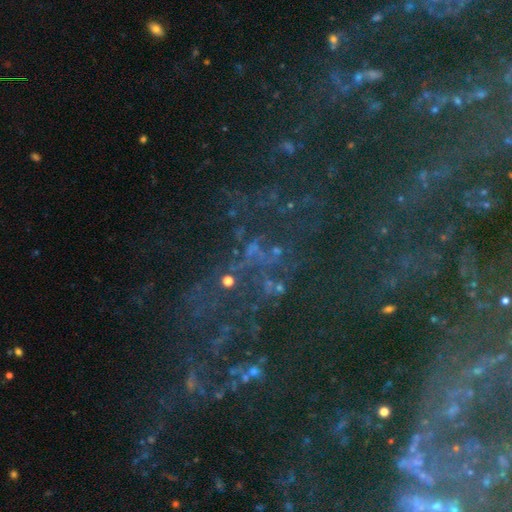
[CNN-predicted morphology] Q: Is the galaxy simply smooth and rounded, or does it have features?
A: star or artifact — 63%.